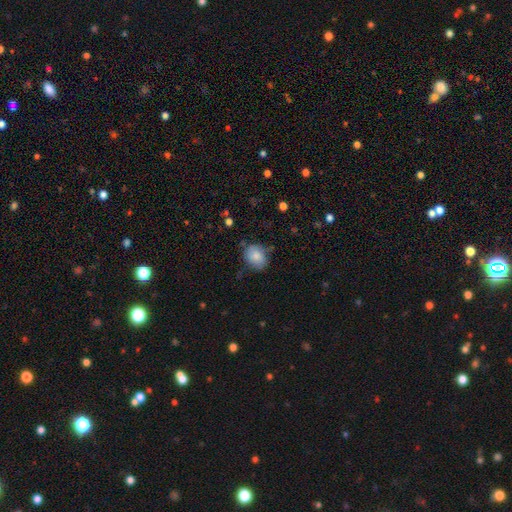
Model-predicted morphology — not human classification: smooth-or-featured: smooth: 81% | featured or disk: 11% | star or artifact: 8%
  how-rounded: in between: 50% | round: 49% | cigar-shaped: 1%
  merging: none: 68% | minor disturbance: 24% | major disturbance: 6% | merger: 2%